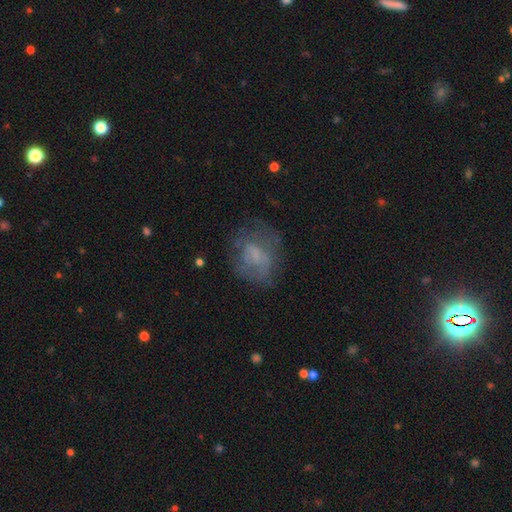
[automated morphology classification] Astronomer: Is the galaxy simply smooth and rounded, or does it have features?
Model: smooth — 44% (runner-up: featured or disk, 42%).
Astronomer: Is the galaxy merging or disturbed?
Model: none — 56%.